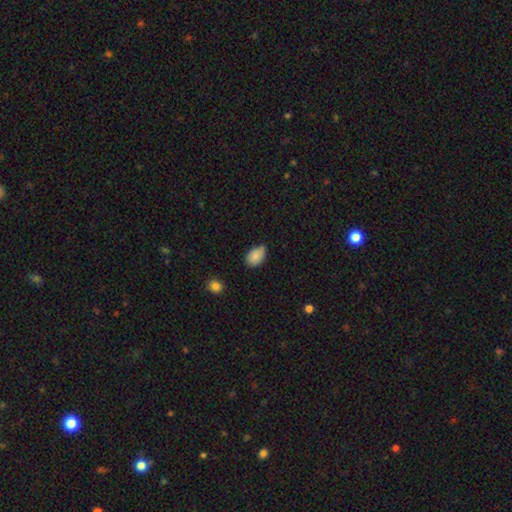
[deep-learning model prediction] Morphology: type=smooth (86%); roundness=in between (85%); merging=none (60%).